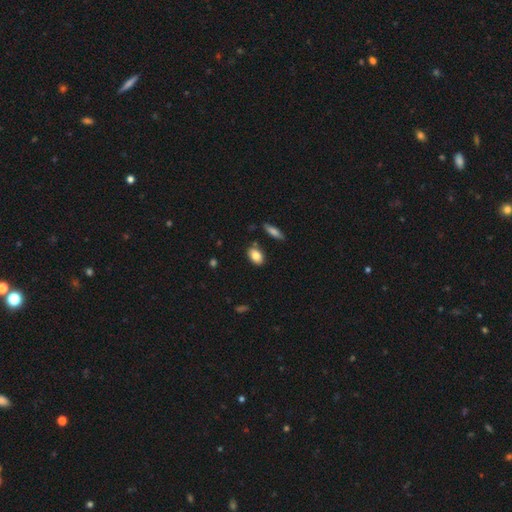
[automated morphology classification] smooth-or-featured: smooth: 82% | featured or disk: 10% | star or artifact: 8%
  how-rounded: in between: 85% | round: 12% | cigar-shaped: 3%
  merging: none: 81% | minor disturbance: 12% | merger: 4% | major disturbance: 2%